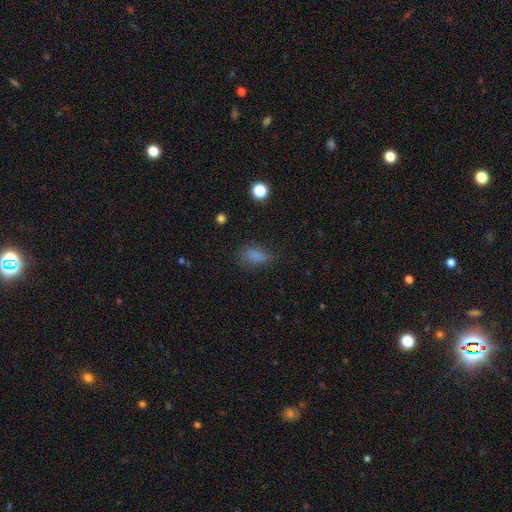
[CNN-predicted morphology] The model was most divided on "merging": none: 60%, minor disturbance: 26%, major disturbance: 12%, merger: 2%. More confident: how rounded — in between (81%); smooth or featured — smooth (76%).